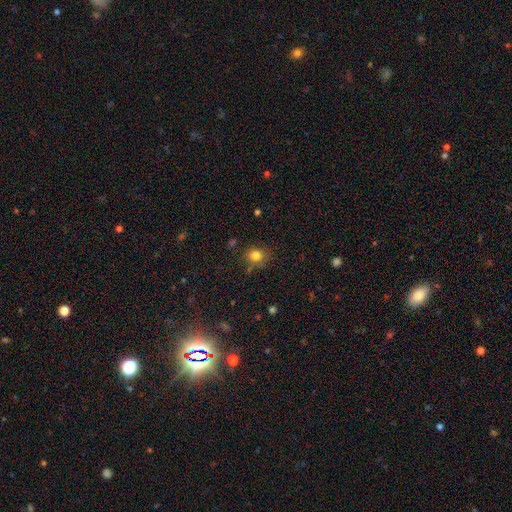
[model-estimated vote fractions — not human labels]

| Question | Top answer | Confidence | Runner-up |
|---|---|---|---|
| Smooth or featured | smooth | 81% | star or artifact (13%) |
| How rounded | round | 73% | in between (26%) |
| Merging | none | 75% | minor disturbance (17%) |